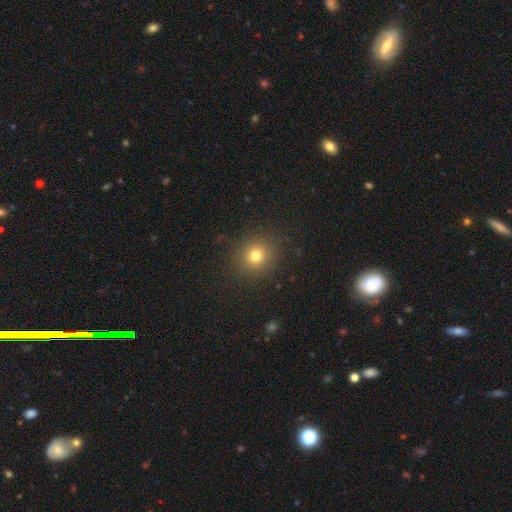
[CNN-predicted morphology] Smooth or featured: smooth — 76% (star or artifact — 16%)
How rounded: round — 87% (in between — 12%)
Merging: none — 89% (minor disturbance — 7%)